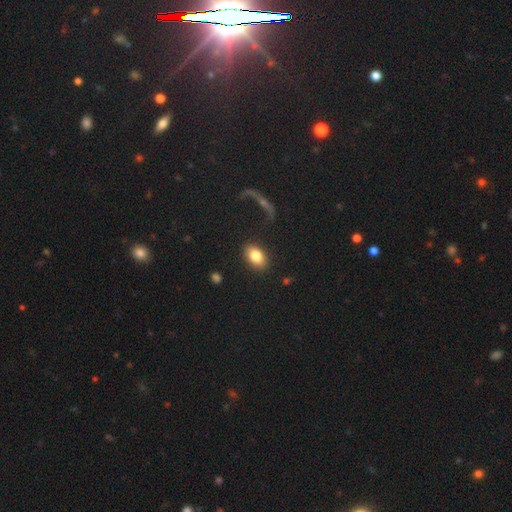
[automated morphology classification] smooth_or_featured: smooth (p=0.81) [alt: featured or disk p=0.11]
how_rounded: in between (p=0.87) [alt: round p=0.12]
merging: none (p=0.87) [alt: minor disturbance p=0.08]